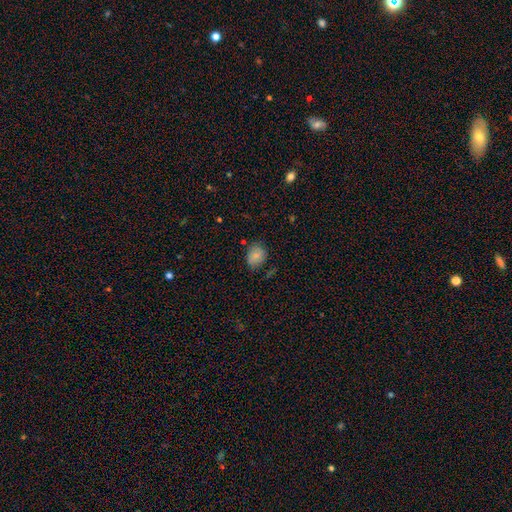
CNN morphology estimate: Smooth or featured? smooth (82%)
How rounded? round (54%)
Merging? none (71%)